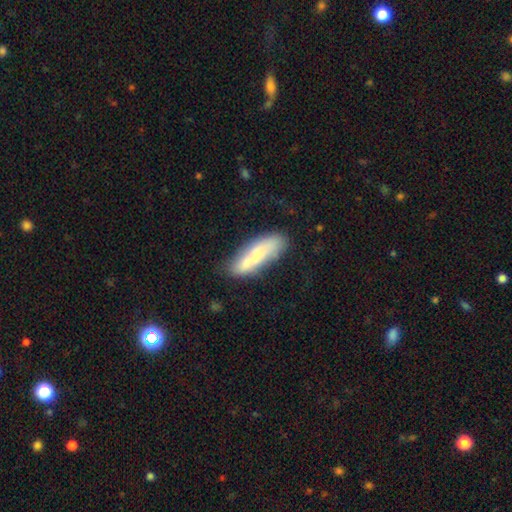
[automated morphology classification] Smooth or featured?
  - smooth: 67% *
  - featured or disk: 27%
  - star or artifact: 7%
How rounded?
  - cigar-shaped: 60% *
  - in between: 39%
  - round: 2%
Merging?
  - none: 62% *
  - minor disturbance: 23%
  - major disturbance: 8%
  - merger: 7%